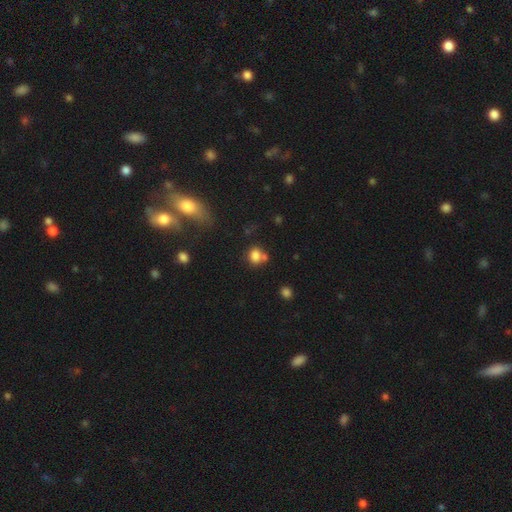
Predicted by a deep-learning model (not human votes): This is likely a smooth galaxy (80%). How rounded: likely round (65%). Merging: possibly none (51%).